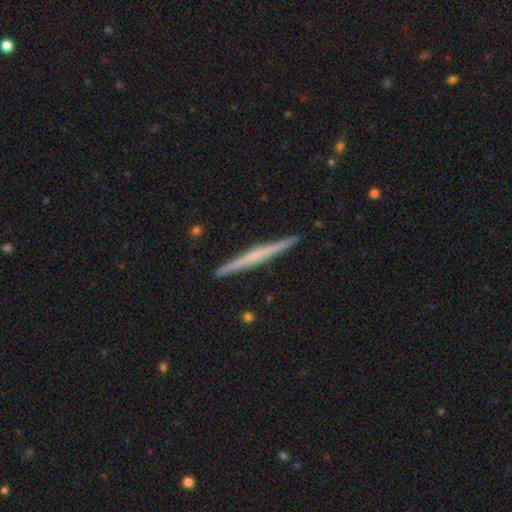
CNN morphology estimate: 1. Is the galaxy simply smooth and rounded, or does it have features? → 60% featured or disk, 35% smooth, 5% star or artifact.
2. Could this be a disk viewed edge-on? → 98% yes, 2% no.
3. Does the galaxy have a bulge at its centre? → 71% none, 20% rounded, 9% boxy.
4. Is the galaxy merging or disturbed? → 93% none, 5% minor disturbance, 1% major disturbance, 1% merger.